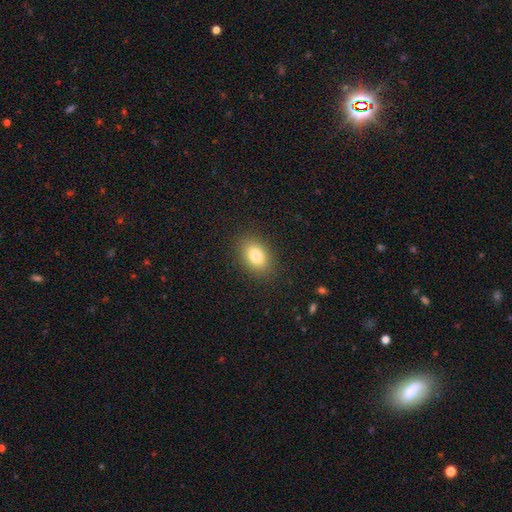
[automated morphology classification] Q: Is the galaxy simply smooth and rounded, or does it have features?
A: smooth — 82%.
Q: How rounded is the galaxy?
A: in between — 83%.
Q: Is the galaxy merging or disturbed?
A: none — 88%.